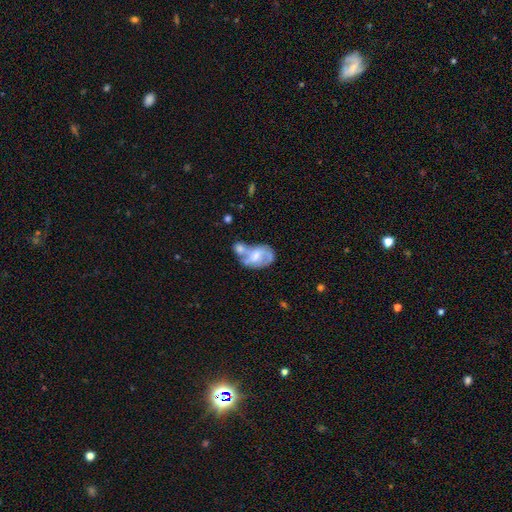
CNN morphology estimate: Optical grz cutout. It shows a featured or disk galaxy (59%) with no bar (54%), spiral arms (56%) and a moderate central bulge (44%). Merging: merger (49%).